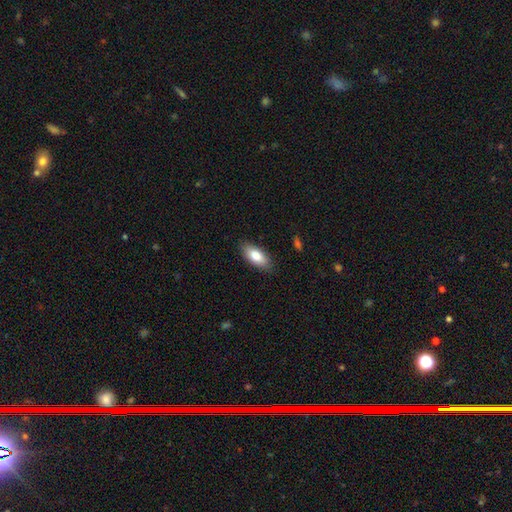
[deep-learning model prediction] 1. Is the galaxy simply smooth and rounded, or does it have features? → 83% smooth, 11% featured or disk, 6% star or artifact.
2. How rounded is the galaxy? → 86% in between, 11% cigar-shaped, 2% round.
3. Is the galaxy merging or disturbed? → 86% none, 10% minor disturbance, 2% major disturbance, 1% merger.